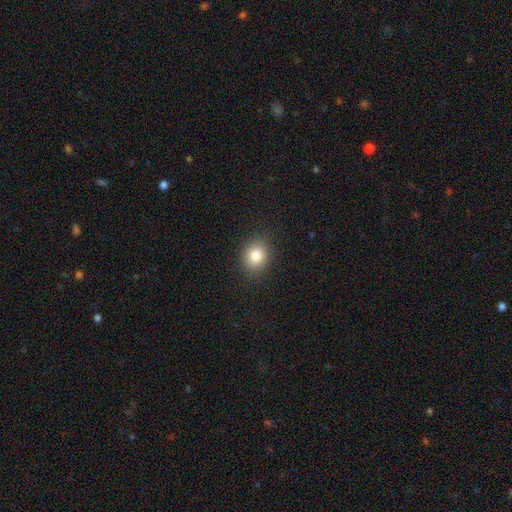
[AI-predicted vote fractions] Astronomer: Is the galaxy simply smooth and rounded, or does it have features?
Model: smooth — 82%.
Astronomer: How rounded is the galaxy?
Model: round — 64%.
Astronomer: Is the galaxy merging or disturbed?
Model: none — 89%.